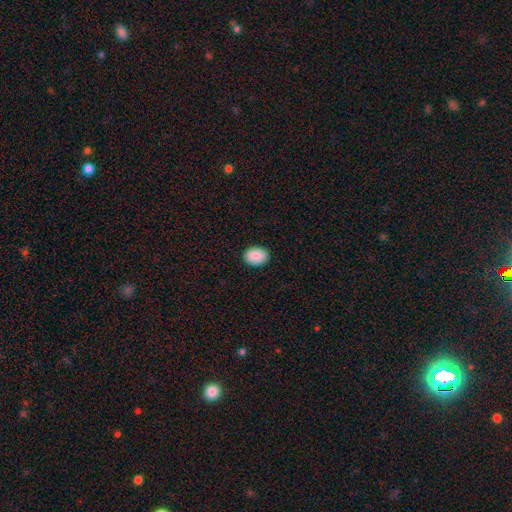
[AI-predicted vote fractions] A smooth galaxy with no disk features (88%) that is in between round and cigar-shaped (69%).

Vote fractions:
- Smooth or featured? smooth: 88% / star or artifact: 7% / featured or disk: 5%
- How rounded? in between: 69% / round: 30% / cigar-shaped: 1%
- Merging? none: 89% / minor disturbance: 8% / major disturbance: 2% / merger: 1%